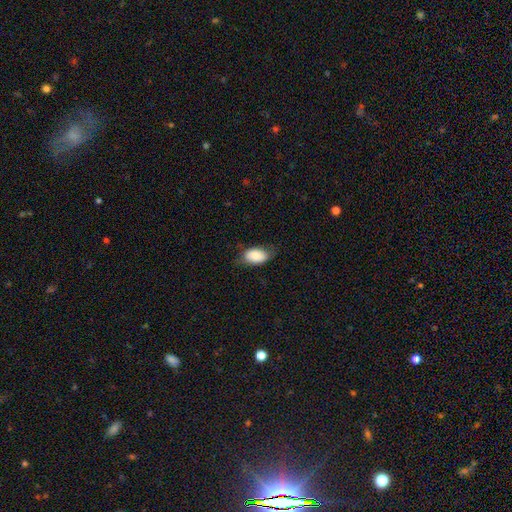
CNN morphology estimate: Overall: smooth (83%). How rounded: in between (91%). Merging: none (66%).